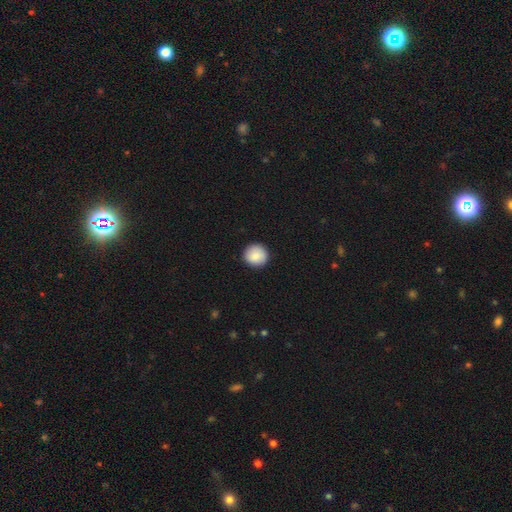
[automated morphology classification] A smooth galaxy with no disk features (88%) that is round (94%).

Vote fractions:
- Smooth or featured? smooth: 88% / star or artifact: 7% / featured or disk: 5%
- How rounded? round: 94% / in between: 5% / cigar-shaped: 1%
- Merging? none: 92% / minor disturbance: 6% / major disturbance: 1% / merger: 1%